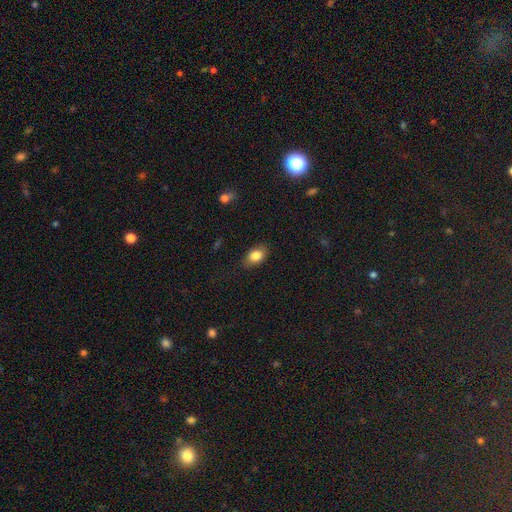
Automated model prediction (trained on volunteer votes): The model was most divided on "merging": none: 82%, minor disturbance: 14%, major disturbance: 3%, merger: 1%. More confident: how rounded — in between (84%); smooth or featured — smooth (84%).